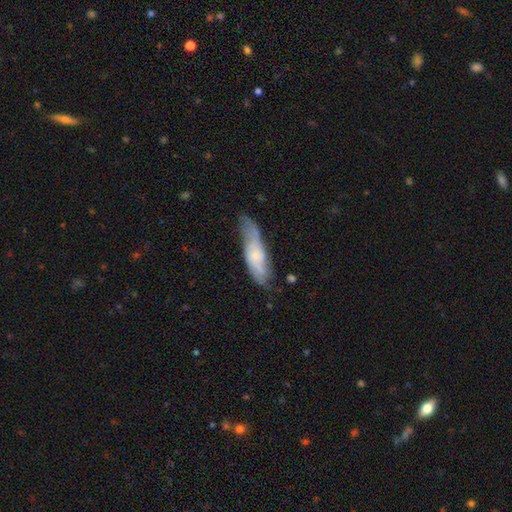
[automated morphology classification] This appears to be a featured or disk galaxy (49%). Merging: none (51%).